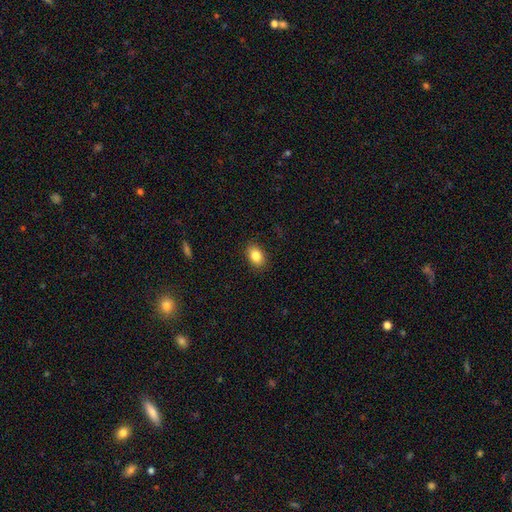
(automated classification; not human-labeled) Smooth or featured? Predicted: smooth (p=0.85). How rounded? Predicted: in between (p=0.82). Merging? Predicted: none (p=0.88).